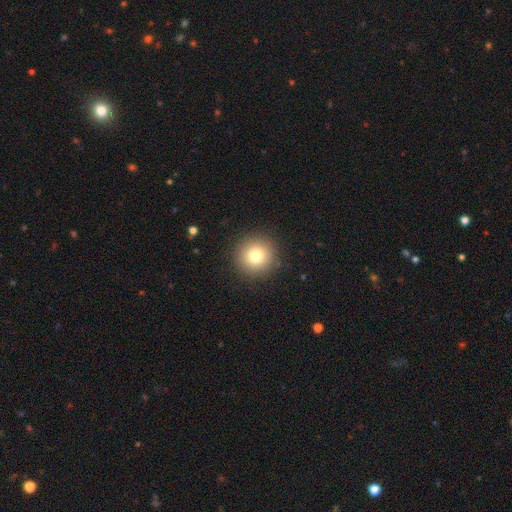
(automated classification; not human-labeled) smooth 78%, star or artifact 12%, featured or disk 10%. Down the decision tree: how rounded — round (95%); merging — none (91%).